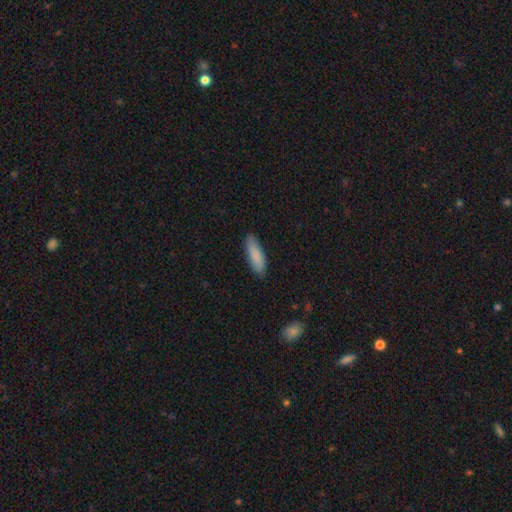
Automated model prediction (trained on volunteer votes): Overall: smooth (86%). How rounded: cigar-shaped (53%; in between 45%). Merging: none (84%).